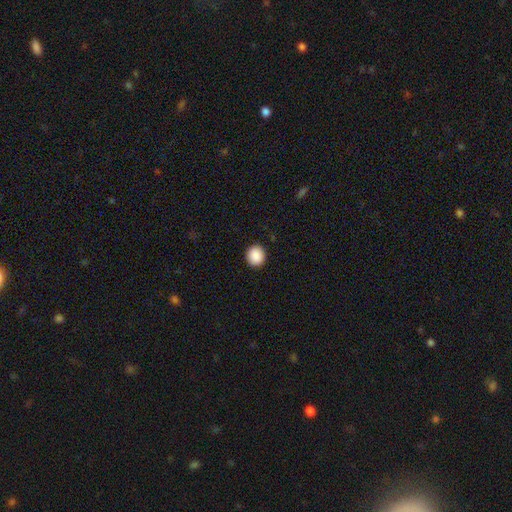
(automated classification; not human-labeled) Smooth or featured: smooth — 89% (star or artifact — 8%)
How rounded: round — 87% (in between — 12%)
Merging: none — 92% (minor disturbance — 5%)